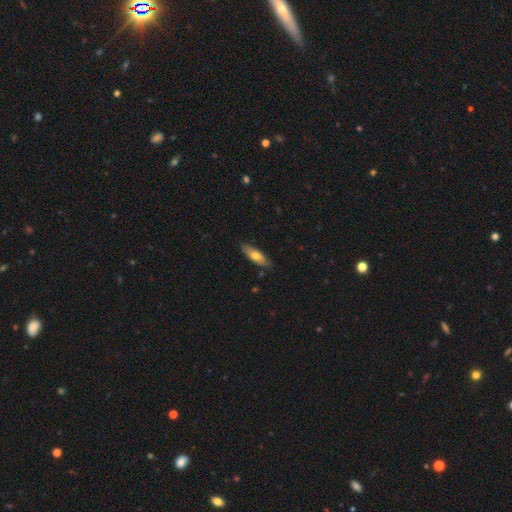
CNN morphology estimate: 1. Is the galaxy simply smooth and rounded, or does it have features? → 63% smooth, 31% featured or disk, 6% star or artifact.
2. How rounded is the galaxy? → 49% in between, 48% cigar-shaped, 2% round.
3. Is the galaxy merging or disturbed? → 84% none, 13% minor disturbance, 2% major disturbance, 1% merger.